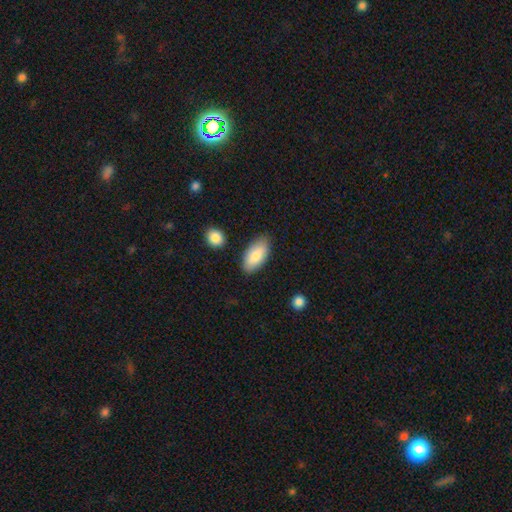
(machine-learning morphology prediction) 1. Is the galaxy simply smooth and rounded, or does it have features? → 83% smooth, 12% featured or disk, 6% star or artifact.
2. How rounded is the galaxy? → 91% in between, 6% cigar-shaped, 2% round.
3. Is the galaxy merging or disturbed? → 82% none, 12% minor disturbance, 3% merger, 2% major disturbance.